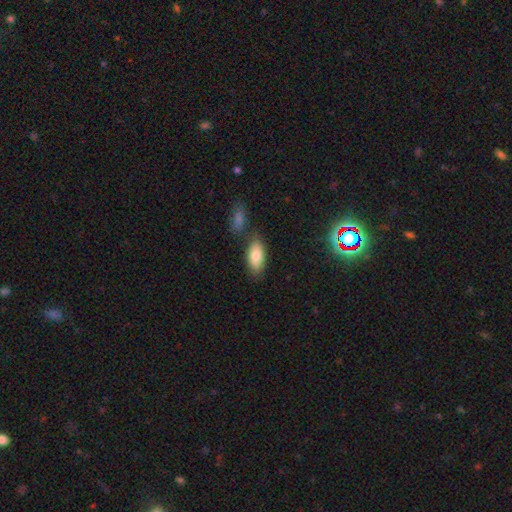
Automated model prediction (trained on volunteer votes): smooth_or_featured: smooth (p=0.81) [alt: featured or disk p=0.12]
how_rounded: in between (p=0.90) [alt: cigar-shaped p=0.07]
merging: none (p=0.72) [alt: minor disturbance p=0.14]